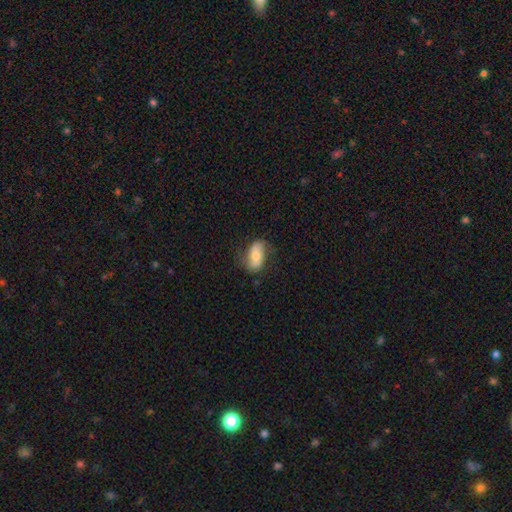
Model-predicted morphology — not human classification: A smooth galaxy with no disk features (54%) that is in between round and cigar-shaped (88%). Merging: none (71%).